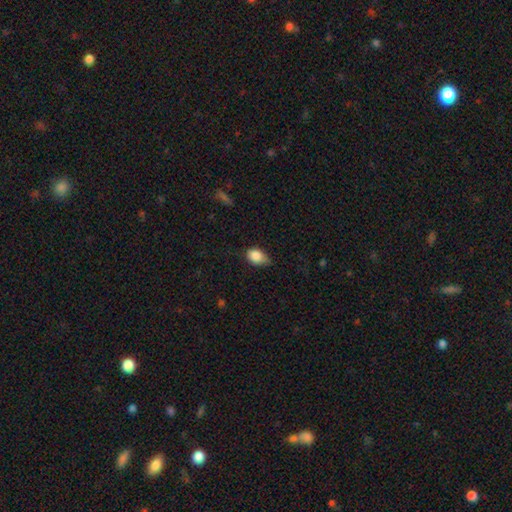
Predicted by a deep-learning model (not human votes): A smooth galaxy with no disk features (86%) that is in between round and cigar-shaped (76%). Merging: none (49%).